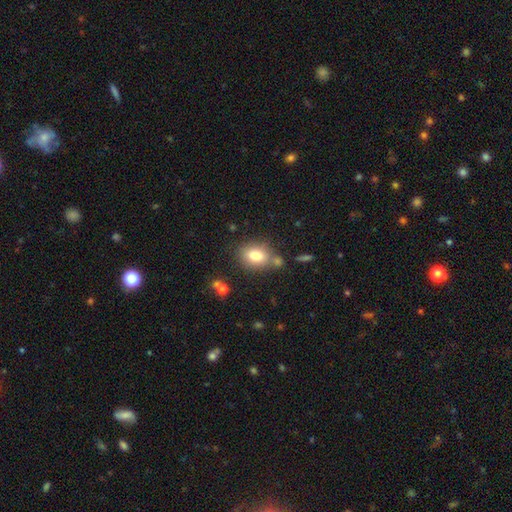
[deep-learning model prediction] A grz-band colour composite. It shows a smooth galaxy with no disk features (79%) that is in between round and cigar-shaped (66%). Merging: none (68%).